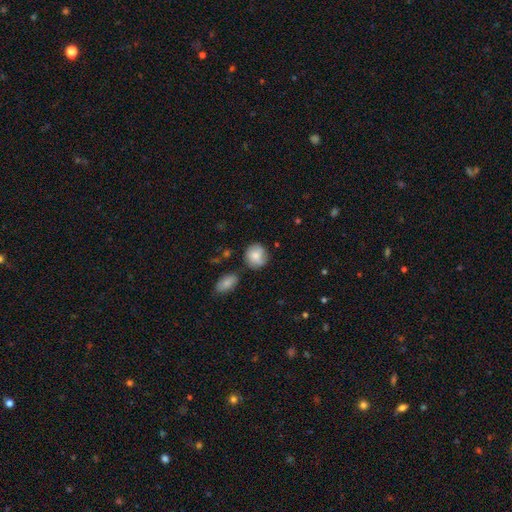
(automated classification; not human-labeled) Overall: smooth (71%). How rounded: round (83%). Merging: none (67%).